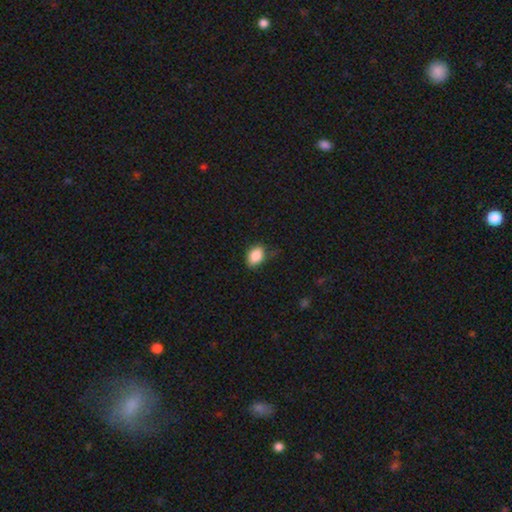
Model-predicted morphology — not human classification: A smooth galaxy with no disk features (87%) that is in between round and cigar-shaped (82%). Merging: none (69%).